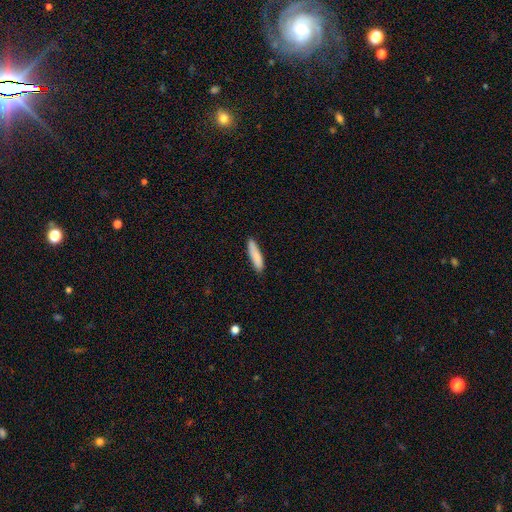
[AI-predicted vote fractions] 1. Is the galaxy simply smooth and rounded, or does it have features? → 86% smooth, 8% featured or disk, 6% star or artifact.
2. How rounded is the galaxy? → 79% cigar-shaped, 20% in between, 1% round.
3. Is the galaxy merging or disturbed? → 83% none, 13% minor disturbance, 2% major disturbance, 1% merger.